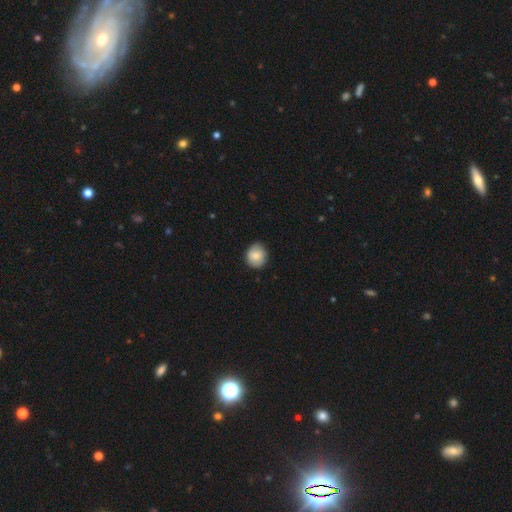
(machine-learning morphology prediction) Q: Smooth or featured?
A: smooth (81%); runner-up: featured or disk (12%)
Q: How rounded?
A: round (83%); runner-up: in between (16%)
Q: Merging?
A: none (84%); runner-up: minor disturbance (13%)